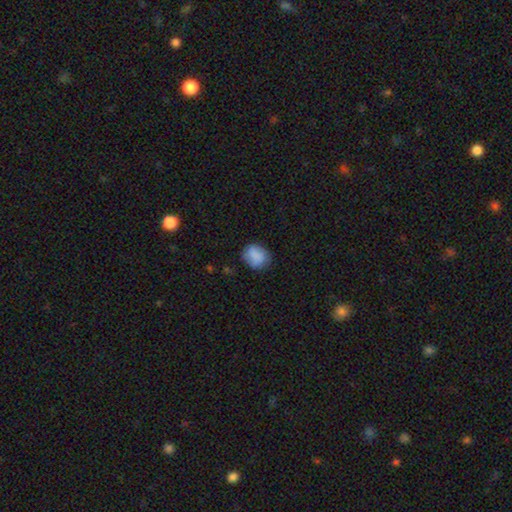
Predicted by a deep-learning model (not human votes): smooth-or-featured: smooth: 83% | star or artifact: 8% | featured or disk: 8%
  how-rounded: round: 60% | in between: 39% | cigar-shaped: 1%
  merging: none: 72% | minor disturbance: 21% | major disturbance: 6% | merger: 1%